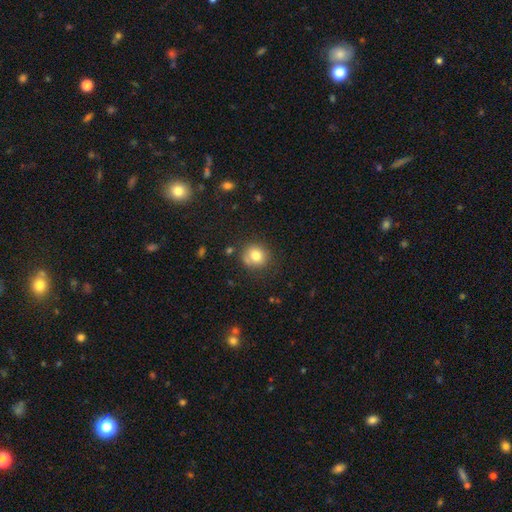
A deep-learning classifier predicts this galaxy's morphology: Q: Smooth or featured?
A: smooth (79%); runner-up: star or artifact (11%)
Q: How rounded?
A: round (82%); runner-up: in between (17%)
Q: Merging?
A: none (73%); runner-up: minor disturbance (16%)